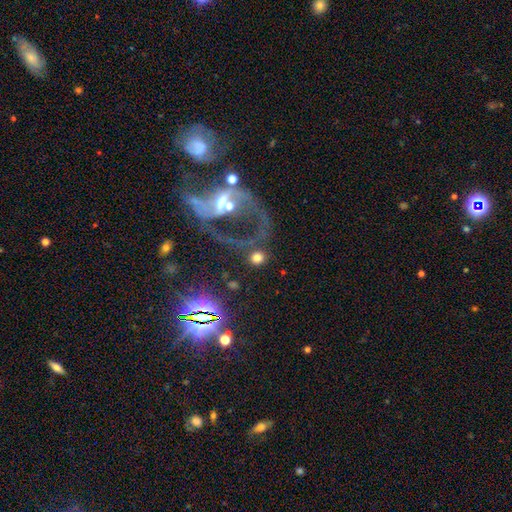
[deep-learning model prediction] Smooth or featured? featured or disk (57%)
Edge-on disk? no (94%)
Bar? no (44%)
Spiral arms? yes (70%)
Bulge size? moderate (45%)
Merging? none (32%)